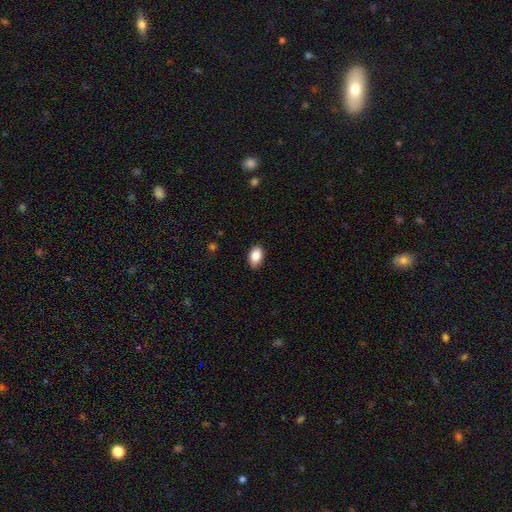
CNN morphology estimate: Overall: smooth (88%). How rounded: in between (89%). Merging: none (85%).